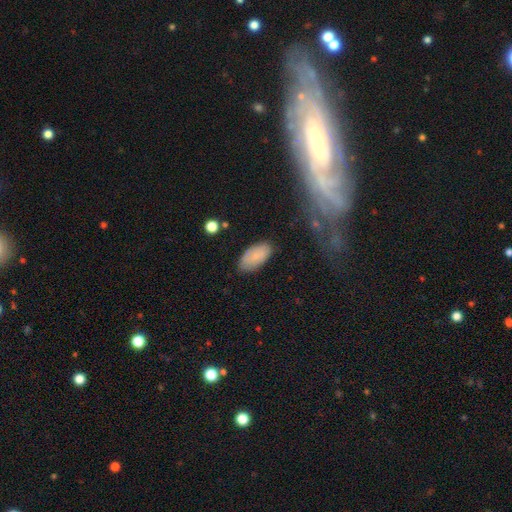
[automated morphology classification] The model was most divided on "merging": none: 81%, minor disturbance: 14%, major disturbance: 3%, merger: 2%. More confident: how rounded — in between (94%); smooth or featured — smooth (81%).